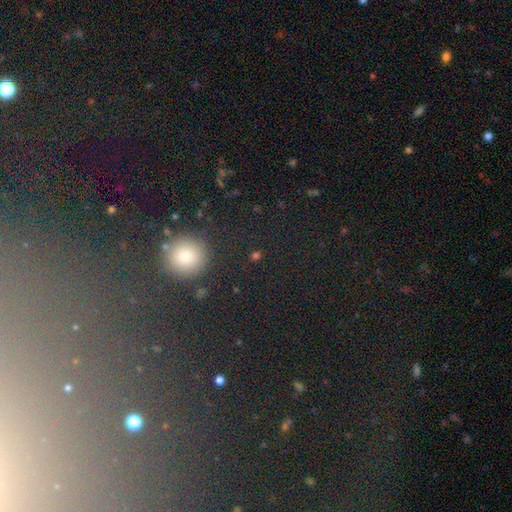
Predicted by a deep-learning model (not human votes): Q: Smooth or featured?
A: smooth (58%); runner-up: star or artifact (33%)
Q: How rounded?
A: round (81%); runner-up: in between (15%)
Q: Merging?
A: none (83%); runner-up: minor disturbance (9%)